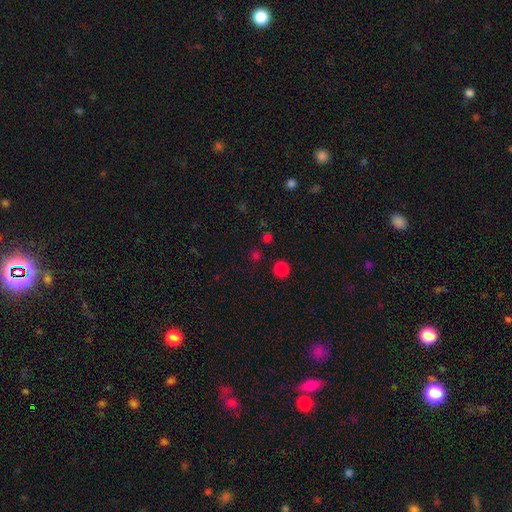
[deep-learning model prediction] This appears to be a smooth galaxy with no disk features (73%) that is round (93%). Merging: none (88%).